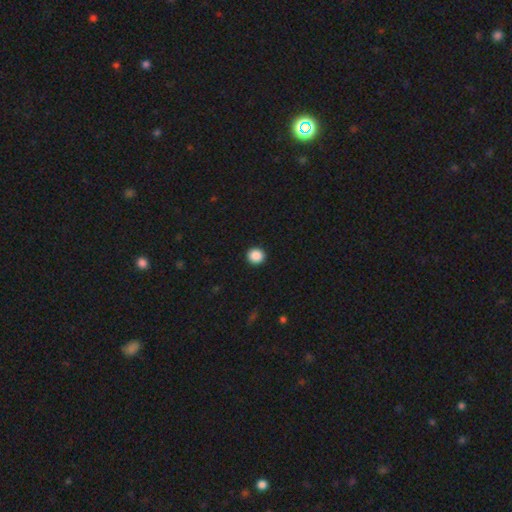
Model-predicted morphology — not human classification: type=smooth (89%); roundness=round (91%); merging=none (93%).